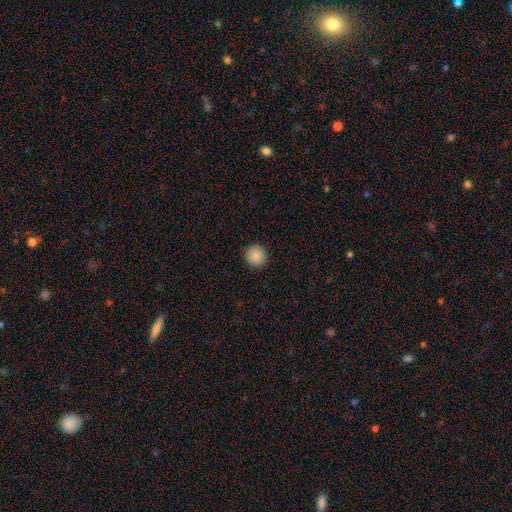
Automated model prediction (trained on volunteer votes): smooth 89%, star or artifact 9%, featured or disk 3%. Down the decision tree: how rounded — round (94%); merging — none (92%).